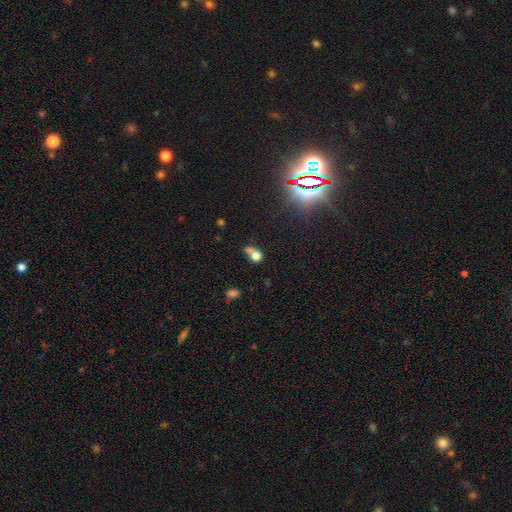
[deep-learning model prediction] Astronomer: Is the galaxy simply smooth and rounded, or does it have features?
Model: smooth — 70%.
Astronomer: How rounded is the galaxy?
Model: round — 63%.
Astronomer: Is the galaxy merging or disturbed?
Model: merger — 43% (runner-up: none, 31%).